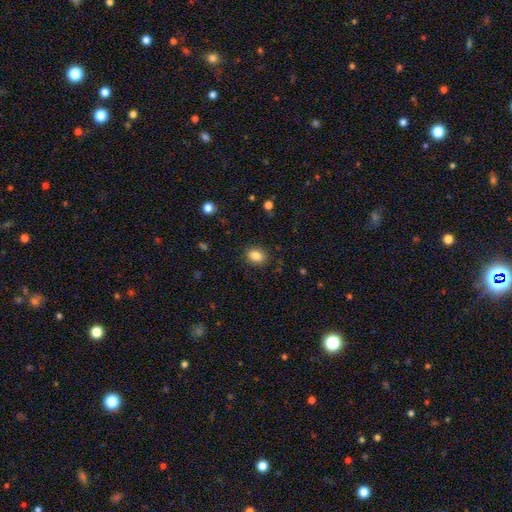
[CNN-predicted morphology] This is clearly a smooth galaxy (85%). How rounded: likely in between (67%). Merging: clearly none (86%).